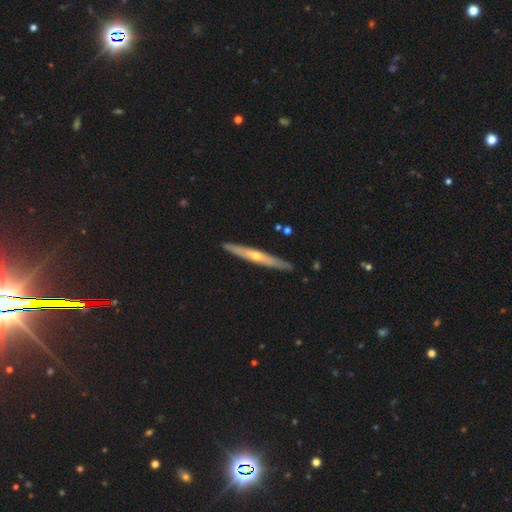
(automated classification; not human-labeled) Smooth or featured: featured or disk — 64% (smooth — 30%)
Edge-on disk: yes — 94% (no — 6%)
Edge-on bulge: rounded — 74% (none — 23%)
Merging: none — 89% (minor disturbance — 8%)